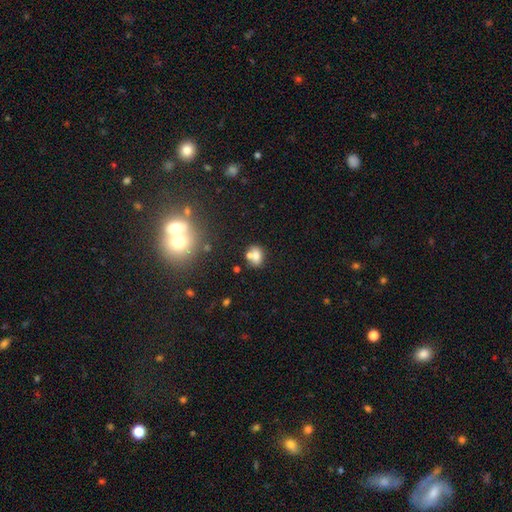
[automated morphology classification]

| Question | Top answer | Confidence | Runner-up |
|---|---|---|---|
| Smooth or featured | smooth | 69% | featured or disk (17%) |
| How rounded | in between | 56% | round (42%) |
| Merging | none | 46% | merger (36%) |